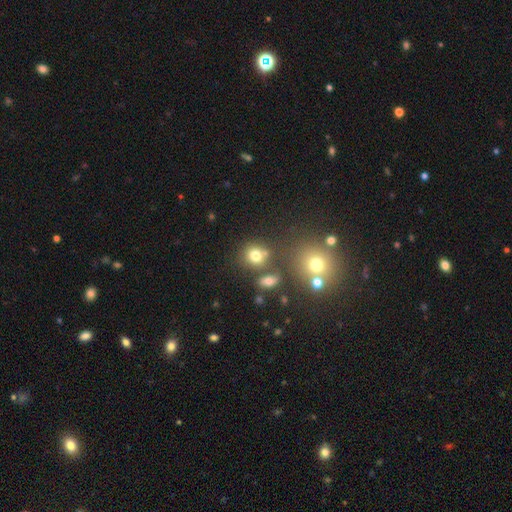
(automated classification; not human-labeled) Smooth or featured?
  - smooth: 76% *
  - star or artifact: 16%
  - featured or disk: 9%
How rounded?
  - round: 79% *
  - in between: 20%
  - cigar-shaped: 1%
Merging?
  - none: 66% *
  - merger: 18%
  - minor disturbance: 11%
  - major disturbance: 5%